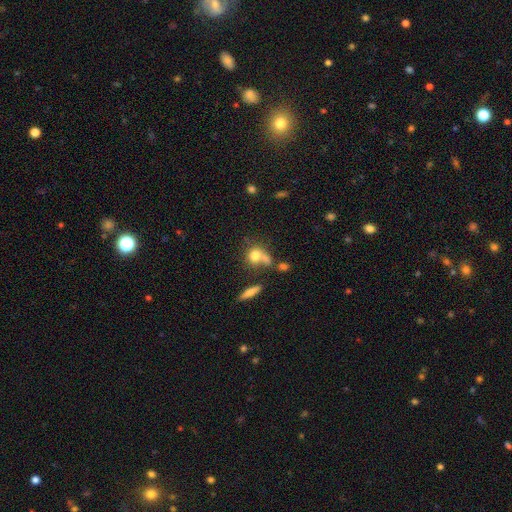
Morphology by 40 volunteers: smooth 85%, star or artifact 10%, featured or disk 5%. Down the decision tree: how rounded — round (68%); merging — merger (47%).